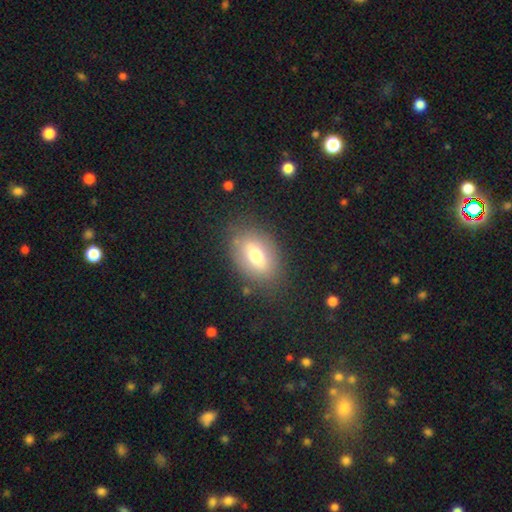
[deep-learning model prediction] Smooth or featured?
  - smooth: 63% *
  - featured or disk: 28%
  - star or artifact: 9%
How rounded?
  - in between: 83% *
  - round: 14%
  - cigar-shaped: 3%
Merging?
  - none: 80% *
  - minor disturbance: 13%
  - major disturbance: 5%
  - merger: 2%